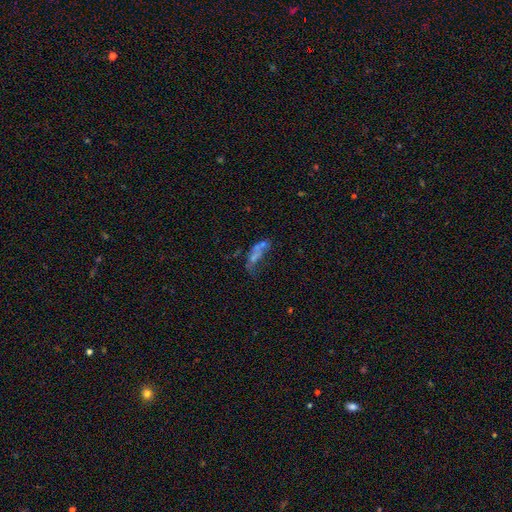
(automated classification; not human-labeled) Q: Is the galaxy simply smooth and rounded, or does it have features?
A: featured or disk — 42%.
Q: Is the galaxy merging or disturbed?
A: merger — 30%.